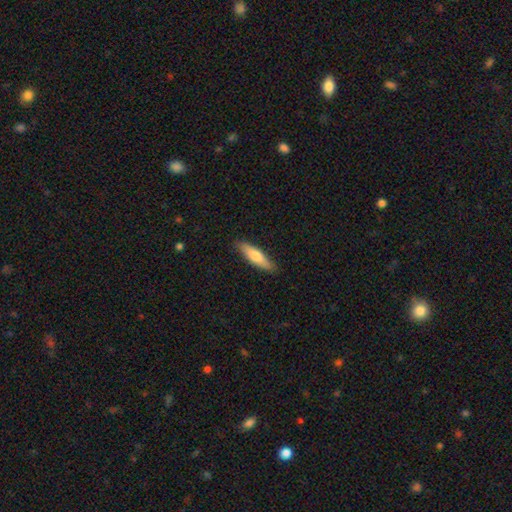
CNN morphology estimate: Smooth or featured: smooth — 70% (featured or disk — 24%)
How rounded: cigar-shaped — 68% (in between — 30%)
Merging: none — 88% (minor disturbance — 9%)